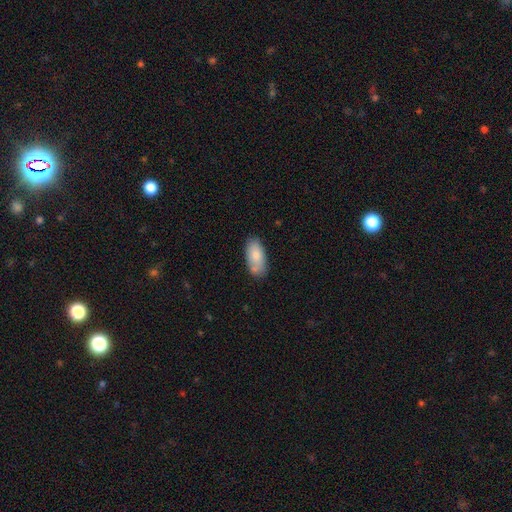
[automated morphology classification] The model was most divided on "merging": none: 70%, minor disturbance: 20%, merger: 6%, major disturbance: 4%. More confident: how rounded — in between (92%); smooth or featured — smooth (80%).